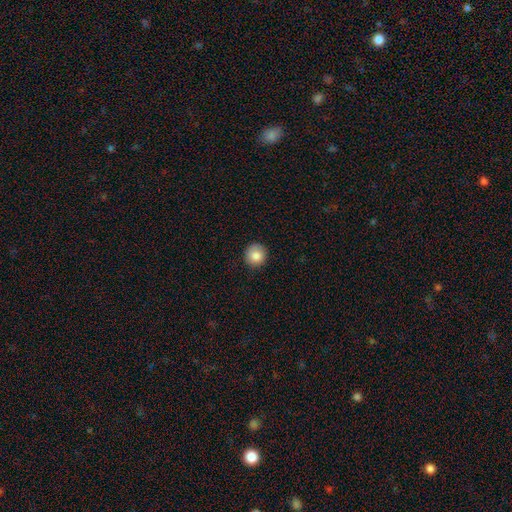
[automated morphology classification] type=smooth (85%); roundness=round (92%); merging=none (87%).